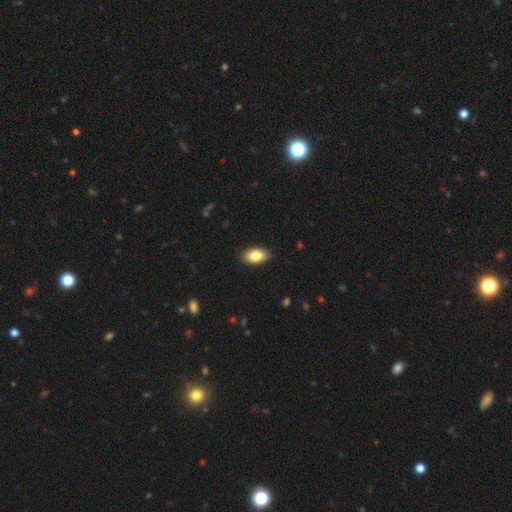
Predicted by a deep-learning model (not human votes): This appears to be a smooth galaxy with no disk features (81%) that is in between round and cigar-shaped (93%). Merging: none (88%).